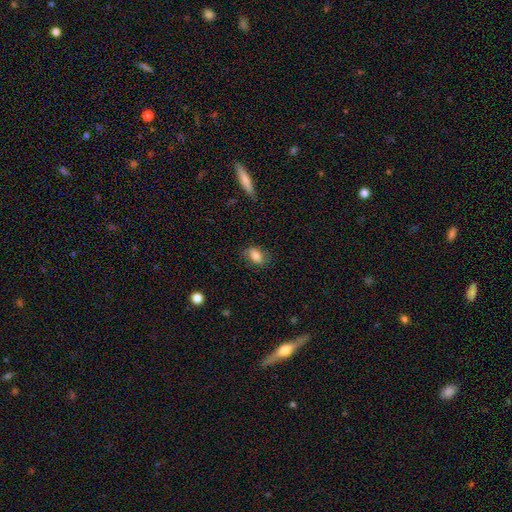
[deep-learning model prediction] The model was most divided on "merging": none: 75%, minor disturbance: 18%, major disturbance: 5%, merger: 1%. More confident: how rounded — in between (84%); smooth or featured — smooth (82%).